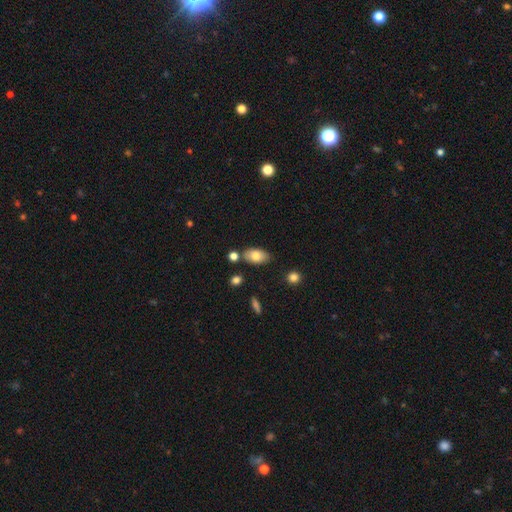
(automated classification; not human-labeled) Smooth or featured? smooth (78%)
How rounded? in between (93%)
Merging? none (76%)